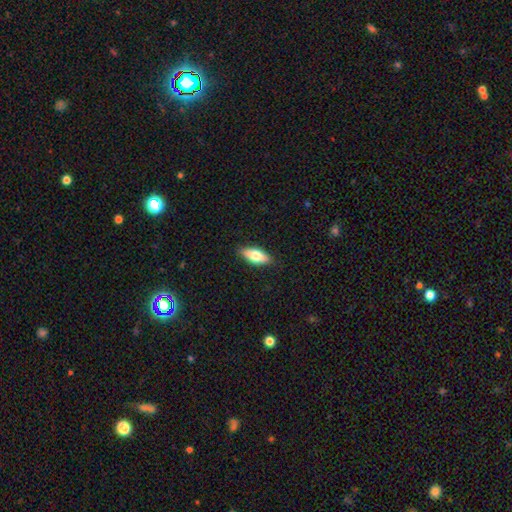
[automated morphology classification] The model was most divided on "smooth or featured": smooth: 70%, featured or disk: 24%, star or artifact: 6%. More confident: merging — none (88%); how rounded — in between (75%).